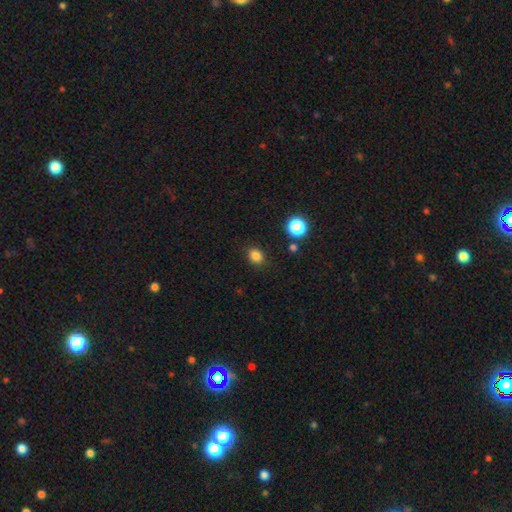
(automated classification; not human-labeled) A smooth galaxy with no disk features (83%) that is round (54%). Merging: none (83%).